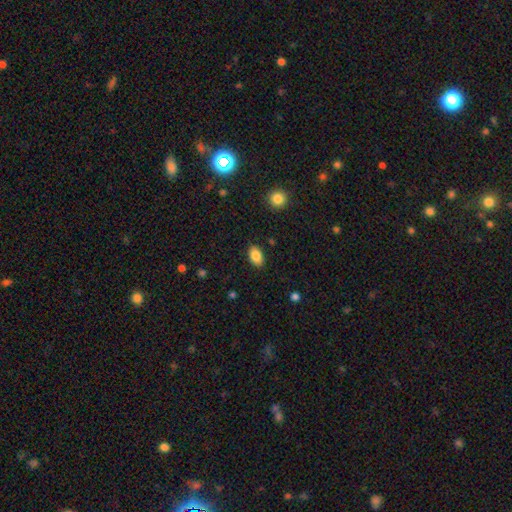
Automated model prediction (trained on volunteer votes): The model was most divided on "merging": none: 87%, minor disturbance: 9%, major disturbance: 2%, merger: 1%. More confident: how rounded — in between (91%); smooth or featured — smooth (86%).